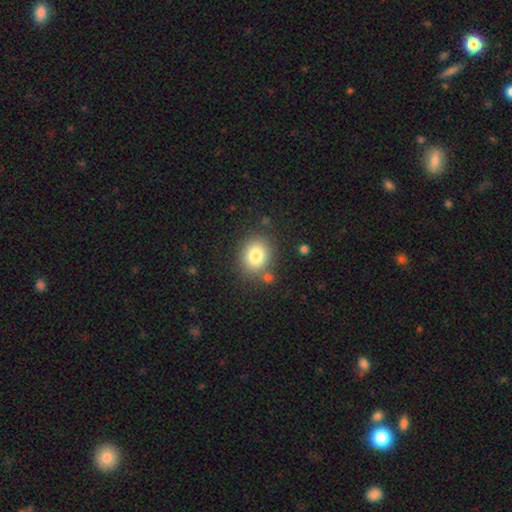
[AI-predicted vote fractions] Overall: smooth (81%). How rounded: round (68%; in between 31%). Merging: none (78%).